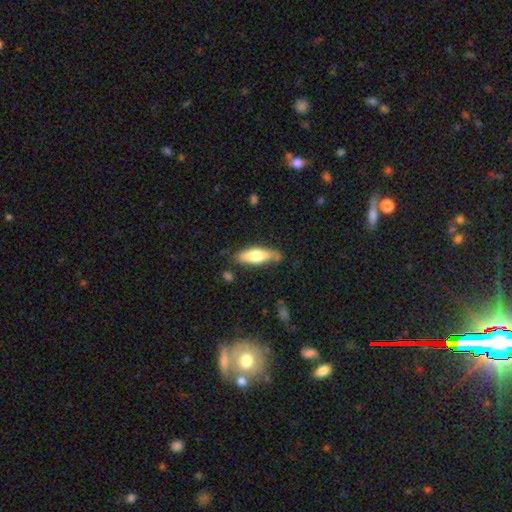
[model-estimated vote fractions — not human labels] This is likely a smooth galaxy (63%). How rounded: possibly cigar-shaped (50%). Merging: likely none (76%).